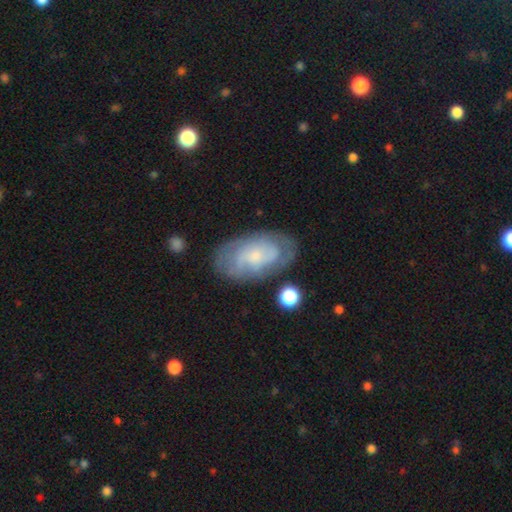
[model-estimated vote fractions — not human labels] Q: Smooth or featured?
A: featured or disk (67%); runner-up: smooth (27%)
Q: Edge-on disk?
A: no (95%); runner-up: yes (5%)
Q: Bar?
A: no (68%); runner-up: weak (27%)
Q: Spiral arms?
A: yes (85%); runner-up: no (15%)
Q: Spiral winding?
A: tight (53%); runner-up: medium (35%)
Q: Spiral arm count?
A: can't tell (45%); runner-up: 2 (29%)
Q: Bulge size?
A: small (58%); runner-up: moderate (27%)
Q: Merging?
A: none (72%); runner-up: minor disturbance (18%)